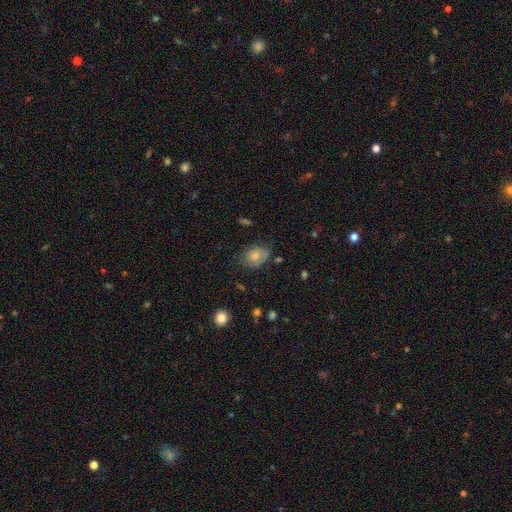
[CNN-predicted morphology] smooth_or_featured: smooth (p=0.61) [alt: featured or disk p=0.29]
how_rounded: in between (p=0.61) [alt: round p=0.38]
merging: none (p=0.59) [alt: minor disturbance p=0.27]